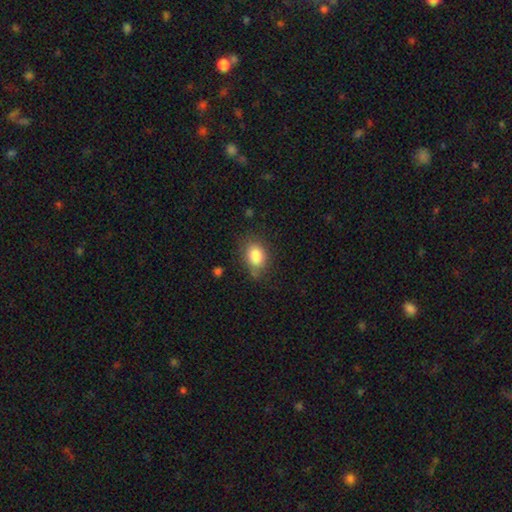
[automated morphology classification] This appears to be a smooth galaxy with no disk features (84%) that is in between round and cigar-shaped (74%). Merging: none (72%).